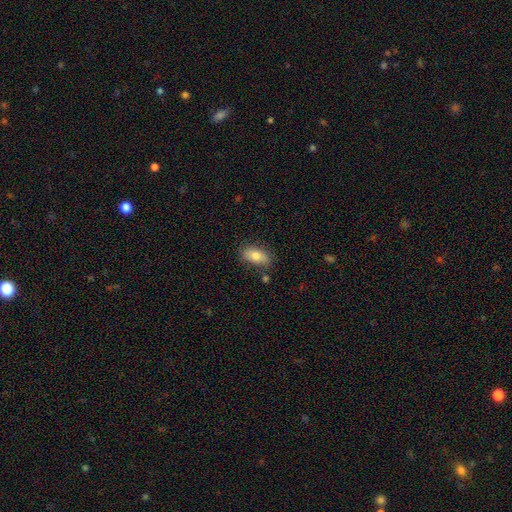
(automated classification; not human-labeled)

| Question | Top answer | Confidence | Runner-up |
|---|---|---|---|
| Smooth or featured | smooth | 78% | featured or disk (15%) |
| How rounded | in between | 88% | cigar-shaped (8%) |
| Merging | none | 77% | minor disturbance (16%) |